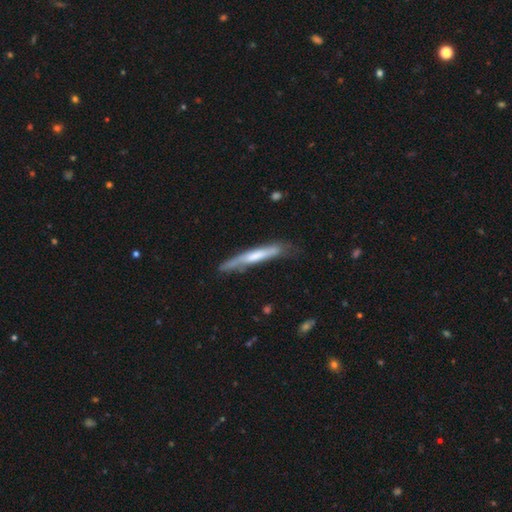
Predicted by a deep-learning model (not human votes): The model was most divided on "smooth or featured": smooth: 50%, featured or disk: 45%, star or artifact: 5%. More confident: how rounded — cigar-shaped (94%); merging — none (63%).